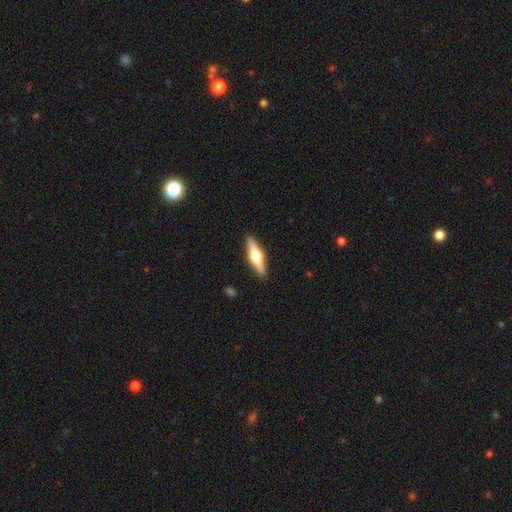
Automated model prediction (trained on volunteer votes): Smooth or featured: featured or disk — 62% (smooth — 33%)
Edge-on disk: yes — 96% (no — 4%)
Edge-on bulge: rounded — 94% (boxy — 4%)
Merging: none — 91% (minor disturbance — 7%)